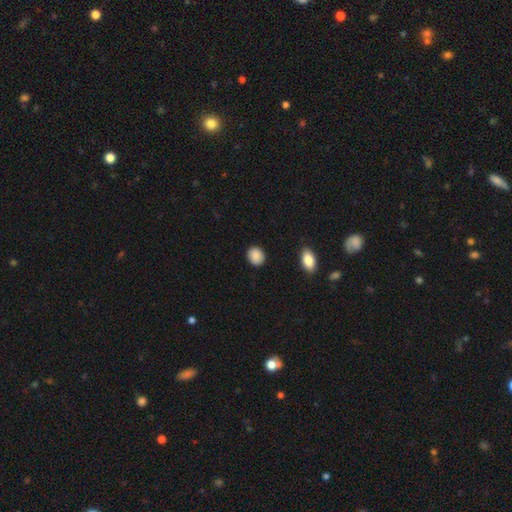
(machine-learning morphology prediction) smooth-or-featured: smooth: 89% | star or artifact: 7% | featured or disk: 4%
  how-rounded: round: 63% | in between: 35% | cigar-shaped: 1%
  merging: none: 88% | minor disturbance: 8% | major disturbance: 2% | merger: 1%